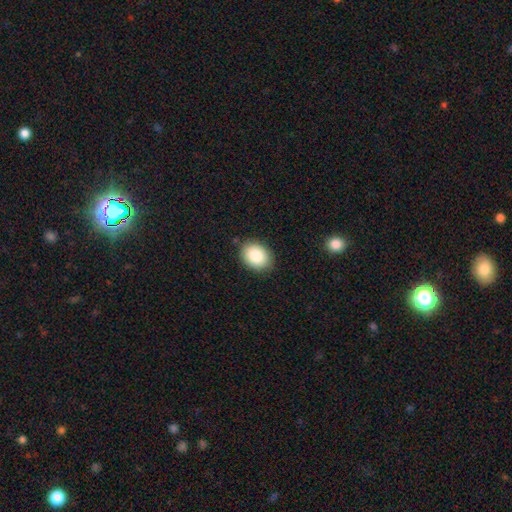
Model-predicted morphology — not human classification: Smooth or featured? smooth (86%)
How rounded? in between (64%)
Merging? none (87%)